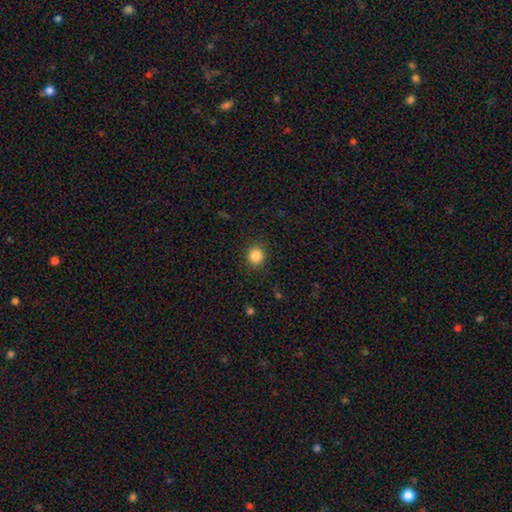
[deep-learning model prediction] Smooth or featured?
  - smooth: 85% *
  - star or artifact: 11%
  - featured or disk: 4%
How rounded?
  - round: 91% *
  - in between: 8%
  - cigar-shaped: 1%
Merging?
  - none: 90% *
  - minor disturbance: 6%
  - major disturbance: 2%
  - merger: 1%